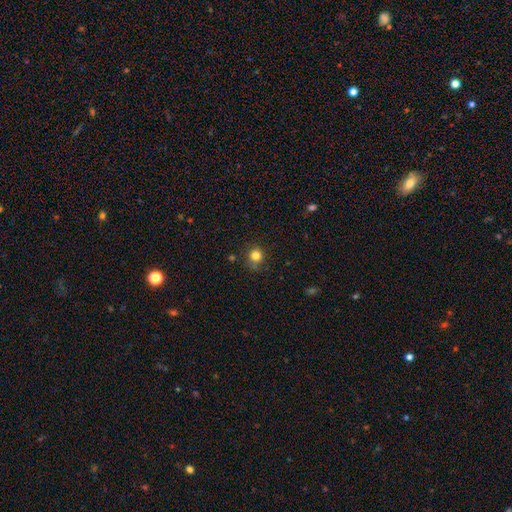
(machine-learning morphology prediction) smooth-or-featured: smooth: 81% | star or artifact: 13% | featured or disk: 5%
  how-rounded: round: 88% | in between: 11% | cigar-shaped: 1%
  merging: none: 81% | minor disturbance: 14% | major disturbance: 3% | merger: 2%